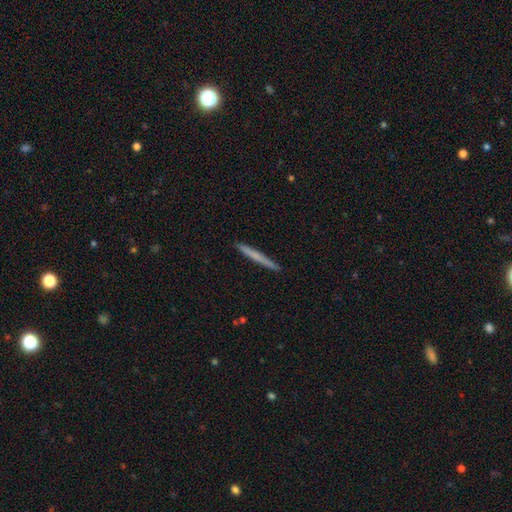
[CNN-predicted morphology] Q: Smooth or featured?
A: smooth (59%); runner-up: featured or disk (35%)
Q: How rounded?
A: cigar-shaped (97%); runner-up: in between (2%)
Q: Merging?
A: none (92%); runner-up: minor disturbance (5%)